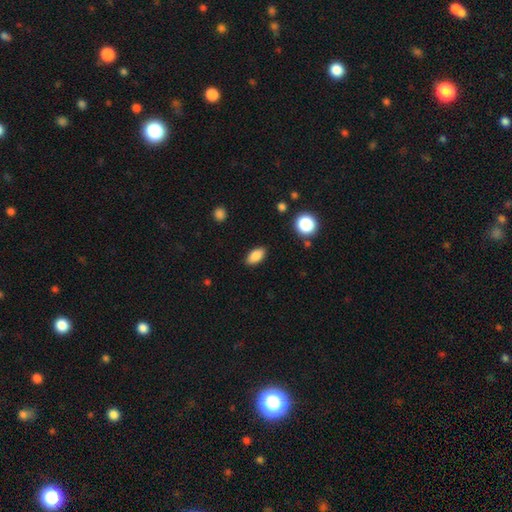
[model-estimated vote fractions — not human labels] This appears to be a smooth galaxy with no disk features (85%) that is in between round and cigar-shaped (89%). Merging: none (88%).